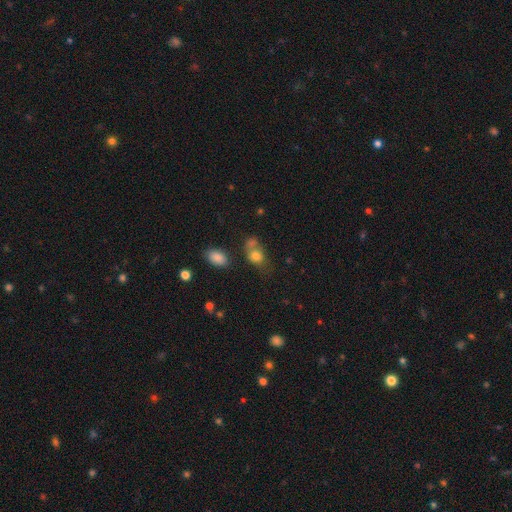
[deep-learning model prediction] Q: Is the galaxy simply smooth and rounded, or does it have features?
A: smooth — 78%.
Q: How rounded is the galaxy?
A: in between — 57%.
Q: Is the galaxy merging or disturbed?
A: none — 40%.